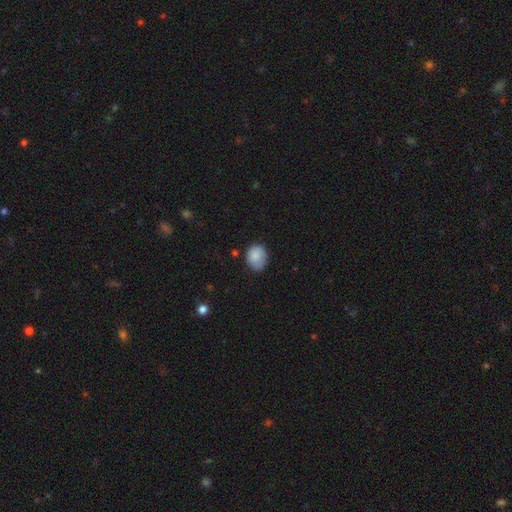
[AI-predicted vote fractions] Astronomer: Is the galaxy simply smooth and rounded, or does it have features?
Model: smooth — 86%.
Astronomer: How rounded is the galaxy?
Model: in between — 50% (runner-up: round, 49%).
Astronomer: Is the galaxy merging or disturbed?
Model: none — 66%.